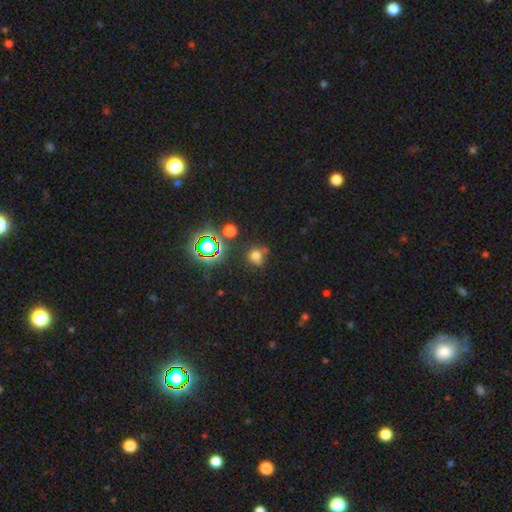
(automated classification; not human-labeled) Q: Smooth or featured?
A: smooth (64%); runner-up: star or artifact (27%)
Q: How rounded?
A: round (82%); runner-up: in between (17%)
Q: Merging?
A: none (67%); runner-up: minor disturbance (18%)